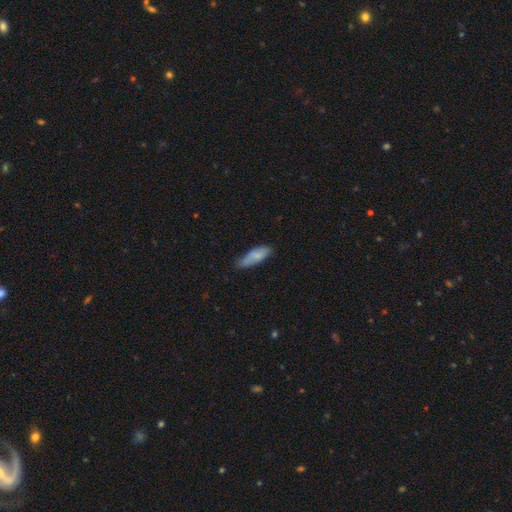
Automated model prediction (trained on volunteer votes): Smooth or featured? Predicted: smooth (p=0.80). How rounded? Predicted: in between (p=0.56). Merging? Predicted: none (p=0.64).